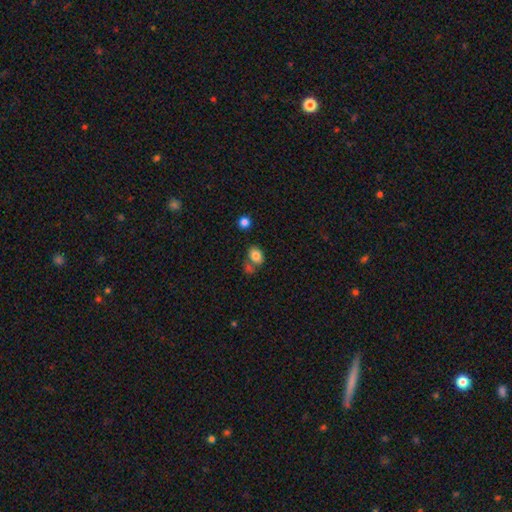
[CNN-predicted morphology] This appears to be a smooth galaxy with no disk features (82%) that is in between round and cigar-shaped (61%). Merging: none (55%).